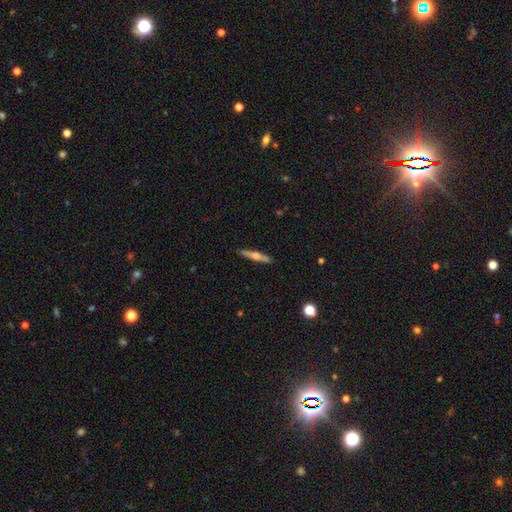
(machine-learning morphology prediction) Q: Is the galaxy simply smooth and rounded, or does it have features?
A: featured or disk — 59%.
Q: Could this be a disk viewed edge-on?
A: yes — 97%.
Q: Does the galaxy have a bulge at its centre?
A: rounded — 89%.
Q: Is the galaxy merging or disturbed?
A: none — 91%.